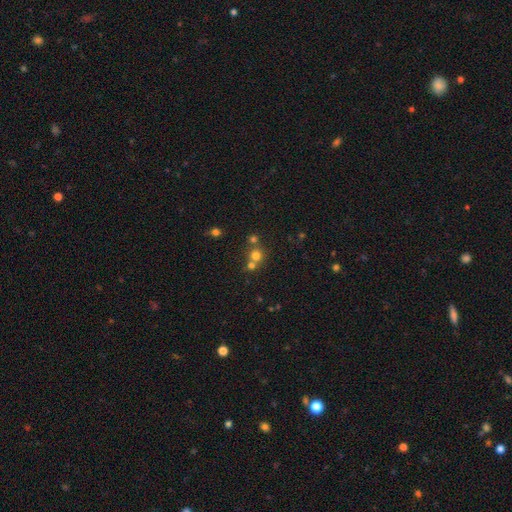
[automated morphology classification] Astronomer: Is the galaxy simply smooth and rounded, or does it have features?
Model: smooth — 68%.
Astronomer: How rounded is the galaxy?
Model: round — 90%.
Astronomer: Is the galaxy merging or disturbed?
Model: none — 53% (runner-up: merger, 38%).